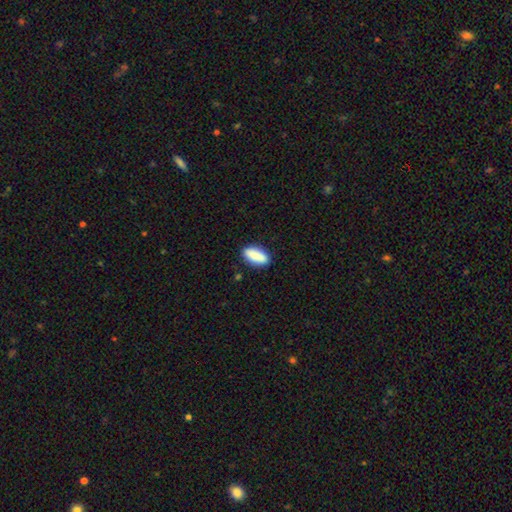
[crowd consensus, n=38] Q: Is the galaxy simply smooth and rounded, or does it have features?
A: smooth — 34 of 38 (89%).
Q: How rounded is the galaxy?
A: in between — 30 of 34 (88%).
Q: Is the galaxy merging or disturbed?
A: none — 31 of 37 (84%).